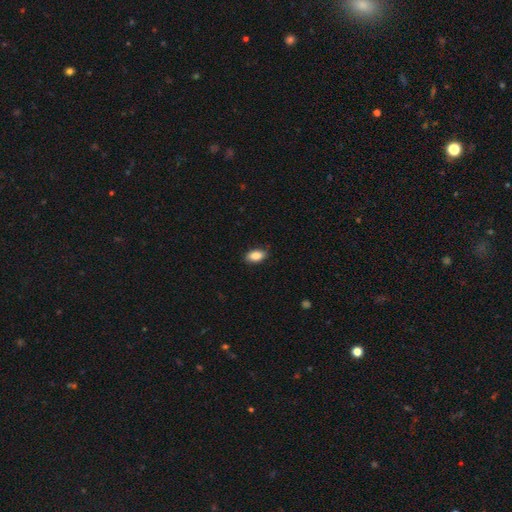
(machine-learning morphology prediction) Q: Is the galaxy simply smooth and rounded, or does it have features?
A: smooth — 87%.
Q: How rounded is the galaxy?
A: in between — 91%.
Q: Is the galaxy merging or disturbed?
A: none — 84%.